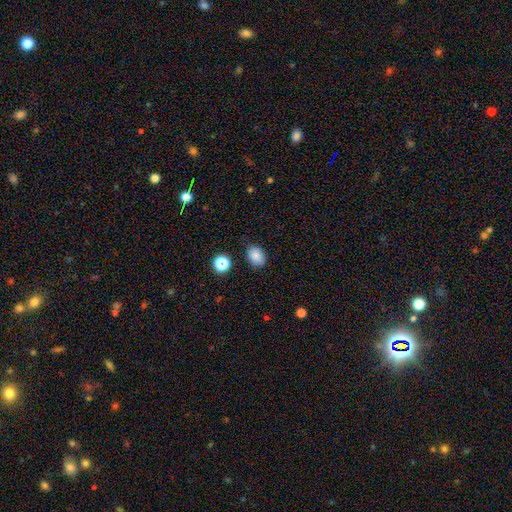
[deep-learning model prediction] A smooth galaxy with no disk features (83%) that is in between round and cigar-shaped (66%). Merging: none (78%).